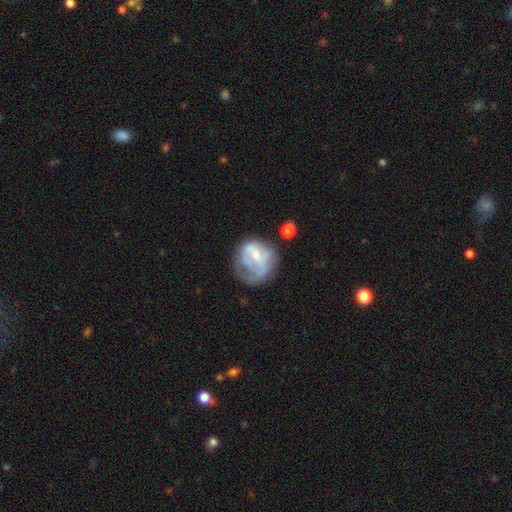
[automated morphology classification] Smooth or featured?
  - featured or disk: 46% *
  - smooth: 45%
  - star or artifact: 9%
Merging?
  - none: 38% *
  - major disturbance: 31%
  - minor disturbance: 26%
  - merger: 5%